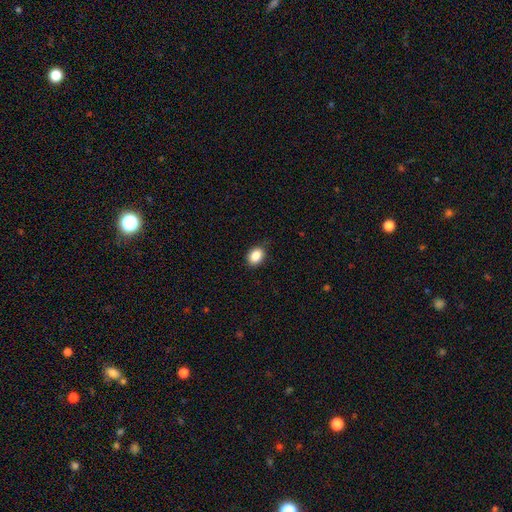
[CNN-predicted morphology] Smooth or featured? Predicted: smooth (p=0.87). How rounded? Predicted: in between (p=0.71). Merging? Predicted: none (p=0.84).